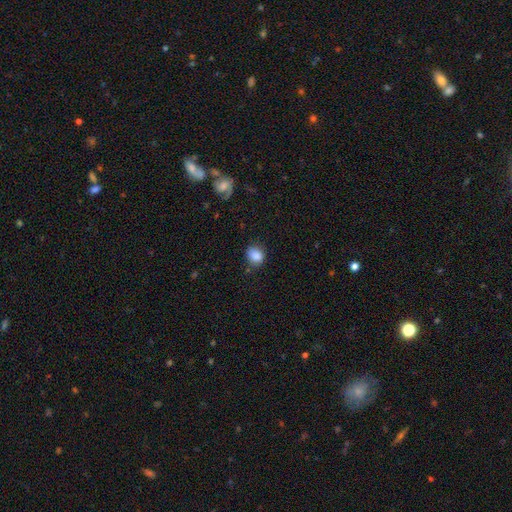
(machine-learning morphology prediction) A smooth galaxy with no disk features (86%) that is round (63%).

Vote fractions:
- Smooth or featured? smooth: 86% / star or artifact: 9% / featured or disk: 5%
- How rounded? round: 63% / in between: 36% / cigar-shaped: 1%
- Merging? none: 73% / minor disturbance: 20% / major disturbance: 5% / merger: 2%